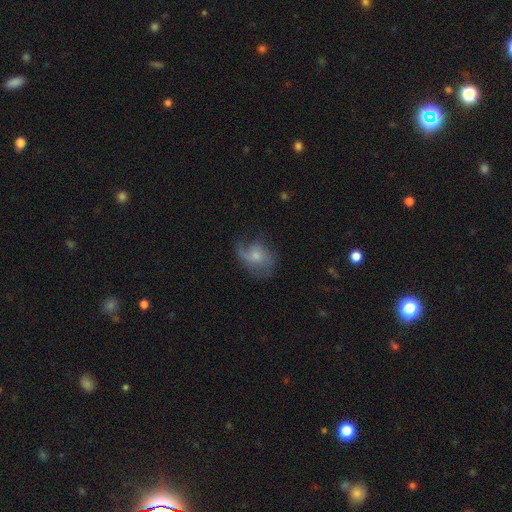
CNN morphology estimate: This is possibly a featured or disk galaxy (56%). It is clearly not viewed edge-on (97%). Bar: likely no (73%). Spiral arm pattern: clearly yes (82%). Central bulge: possibly small (55%). Merging: marginally none (43%).